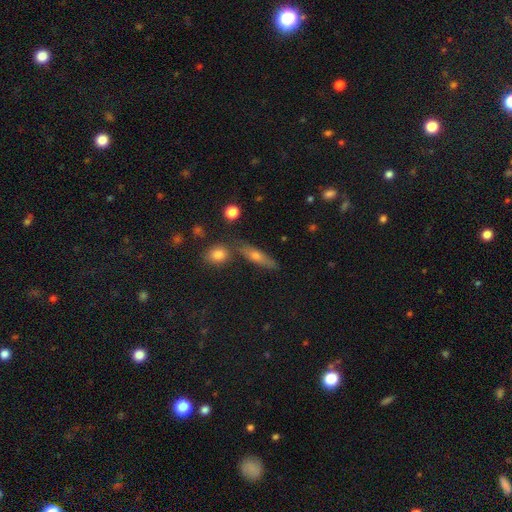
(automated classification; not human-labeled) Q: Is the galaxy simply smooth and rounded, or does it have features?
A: smooth — 55%.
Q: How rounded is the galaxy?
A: cigar-shaped — 67%.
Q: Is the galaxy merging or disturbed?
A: none — 72%.